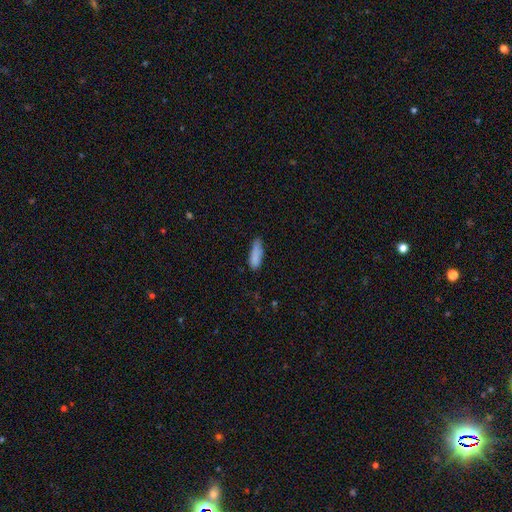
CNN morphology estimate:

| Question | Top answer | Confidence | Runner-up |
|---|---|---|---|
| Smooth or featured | smooth | 86% | star or artifact (7%) |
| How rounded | in between | 51% | cigar-shaped (47%) |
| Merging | none | 63% | minor disturbance (28%) |